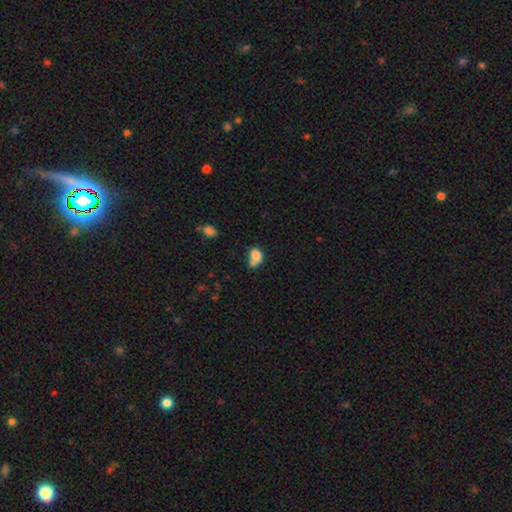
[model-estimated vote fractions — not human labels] Smooth or featured? Predicted: smooth (p=0.78). How rounded? Predicted: in between (p=0.60). Merging? Predicted: merger (p=0.46).